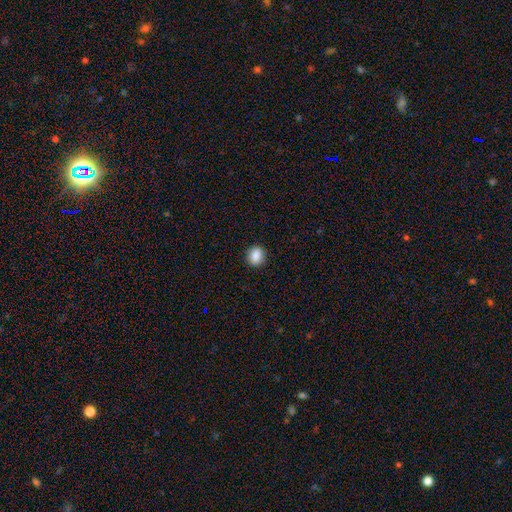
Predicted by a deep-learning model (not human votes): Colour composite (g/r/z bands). It shows a smooth galaxy with no disk features (88%) that is round (63%). Merging: none (90%).